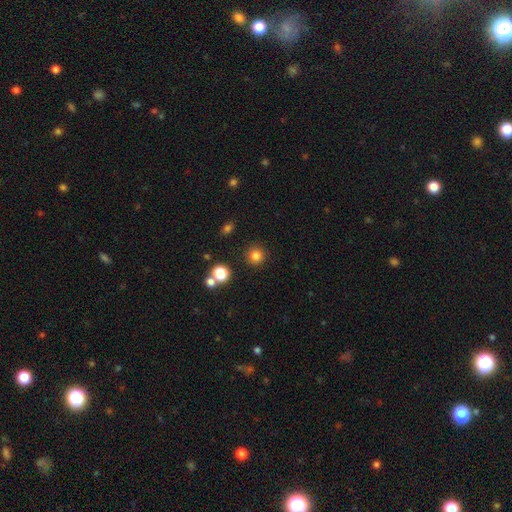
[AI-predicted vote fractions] Overall: smooth (81%). How rounded: round (95%). Merging: none (89%).